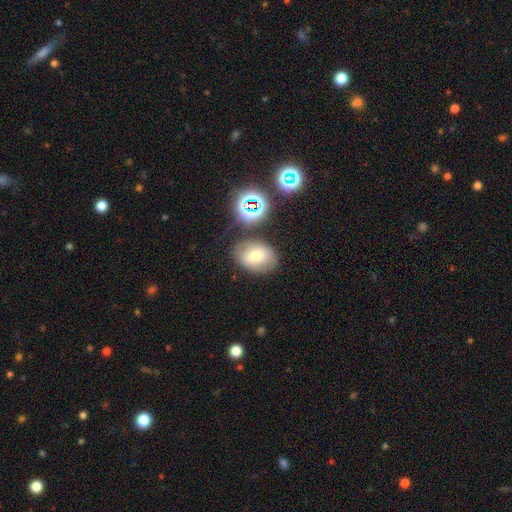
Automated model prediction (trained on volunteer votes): smooth-or-featured: smooth: 57% | featured or disk: 27% | star or artifact: 16%
  how-rounded: in between: 68% | round: 31% | cigar-shaped: 1%
  merging: none: 72% | minor disturbance: 16% | merger: 6% | major disturbance: 6%